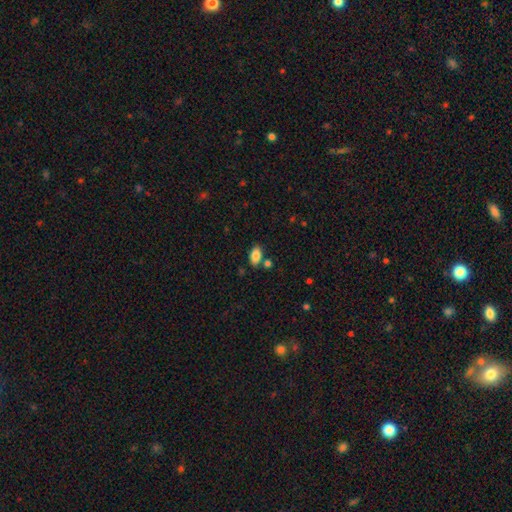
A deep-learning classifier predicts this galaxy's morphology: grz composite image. It shows a smooth galaxy with no disk features (86%) that is in between round and cigar-shaped (92%). Merging: none (77%).